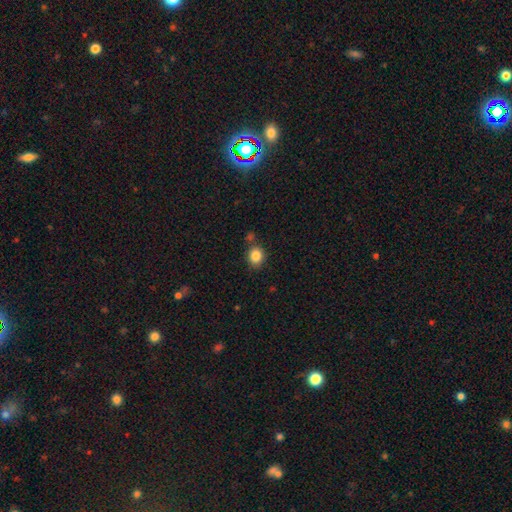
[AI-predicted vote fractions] The model was most divided on "how rounded": round: 62%, in between: 37%, cigar-shaped: 1%. More confident: smooth or featured — smooth (85%); merging — none (77%).